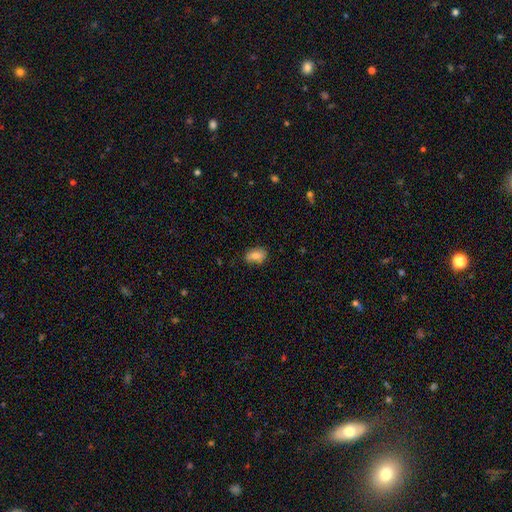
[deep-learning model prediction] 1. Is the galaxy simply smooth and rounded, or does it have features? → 76% smooth, 16% featured or disk, 8% star or artifact.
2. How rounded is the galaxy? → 83% in between, 13% round, 3% cigar-shaped.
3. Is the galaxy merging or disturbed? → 78% none, 18% minor disturbance, 3% major disturbance, 2% merger.